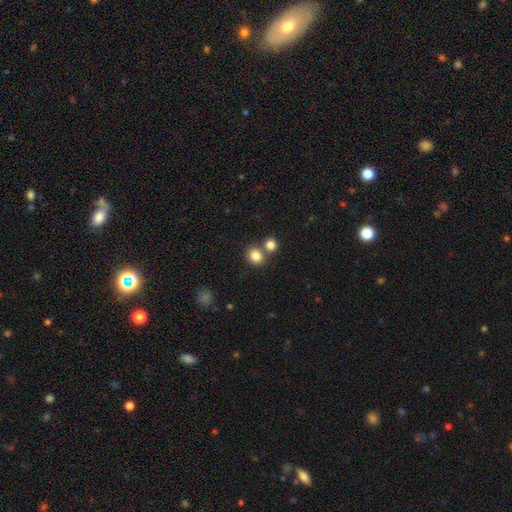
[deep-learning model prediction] Smooth or featured?
  - smooth: 83% *
  - star or artifact: 11%
  - featured or disk: 6%
How rounded?
  - round: 71% *
  - in between: 28%
  - cigar-shaped: 1%
Merging?
  - none: 62% *
  - merger: 27%
  - minor disturbance: 8%
  - major disturbance: 3%